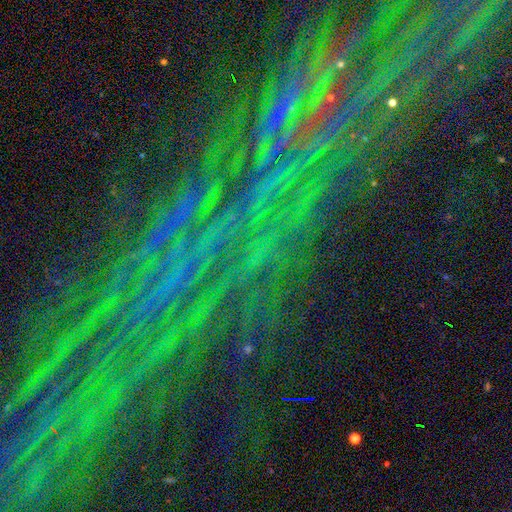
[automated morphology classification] A star or artifact, not a galaxy (83%).

Vote fractions:
- Smooth or featured? star or artifact: 83% / featured or disk: 10% / smooth: 7%